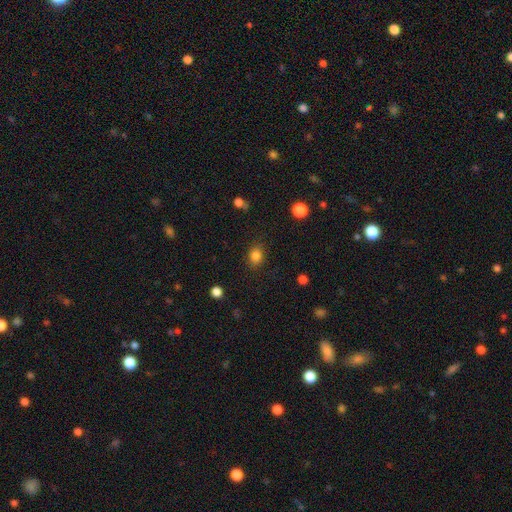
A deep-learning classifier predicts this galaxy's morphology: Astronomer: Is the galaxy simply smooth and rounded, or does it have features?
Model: smooth — 83%.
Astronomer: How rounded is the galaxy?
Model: in between — 56% (runner-up: round, 43%).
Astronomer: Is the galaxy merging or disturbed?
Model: none — 83%.